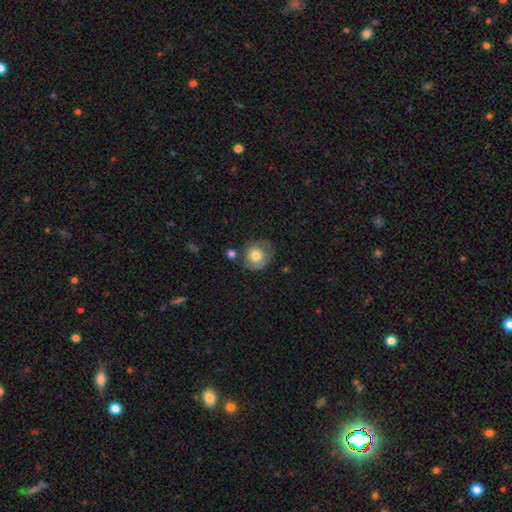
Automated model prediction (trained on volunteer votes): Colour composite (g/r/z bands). It shows a smooth galaxy with no disk features (61%) that is round (77%). Merging: none (59%).